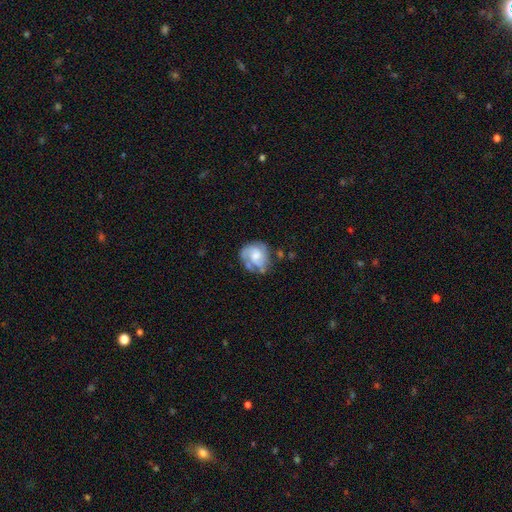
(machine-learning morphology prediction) The model was most divided on "bulge size": moderate: 45%, small: 22%, large: 19%, none: 11%, dominant: 2%. More confident: edge-on disk — no (98%); spiral arms — yes (77%); bar — no (71%); smooth or featured — featured or disk (59%); merging — none (52%).